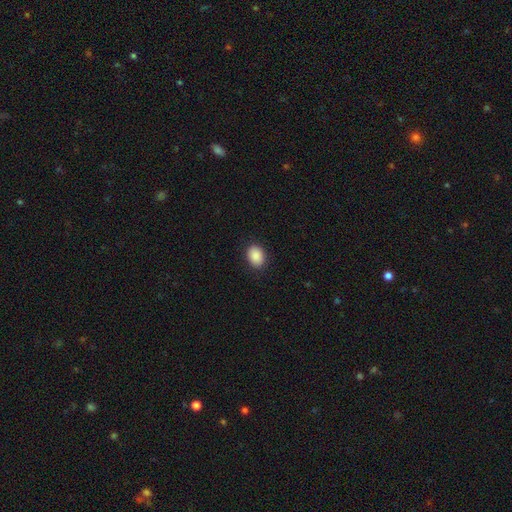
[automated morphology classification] Smooth or featured? smooth (89%)
How rounded? in between (68%)
Merging? none (89%)